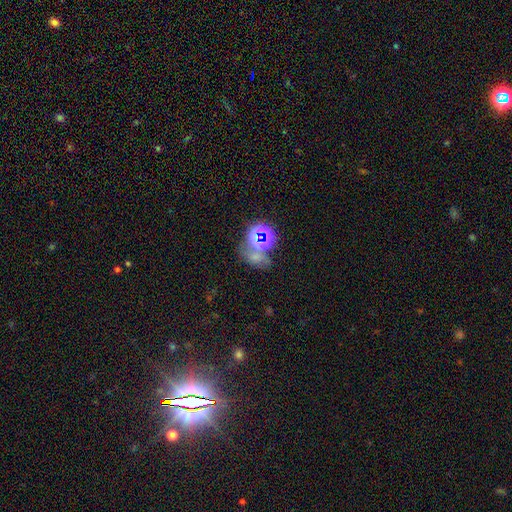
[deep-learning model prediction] star or artifact 46%, smooth 41%, featured or disk 13%.